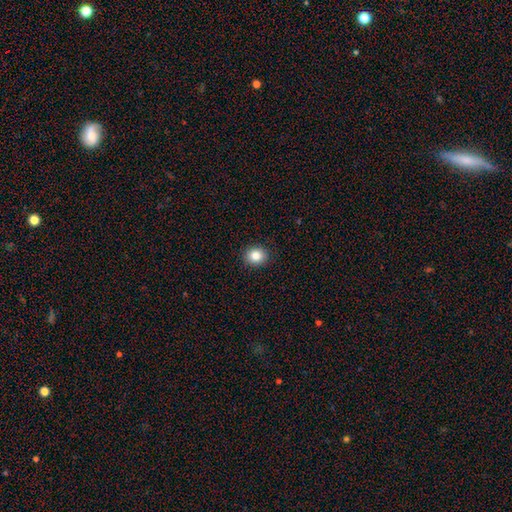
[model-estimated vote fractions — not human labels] smooth 84%, star or artifact 10%, featured or disk 6%. Down the decision tree: how rounded — round (73%); merging — none (91%).